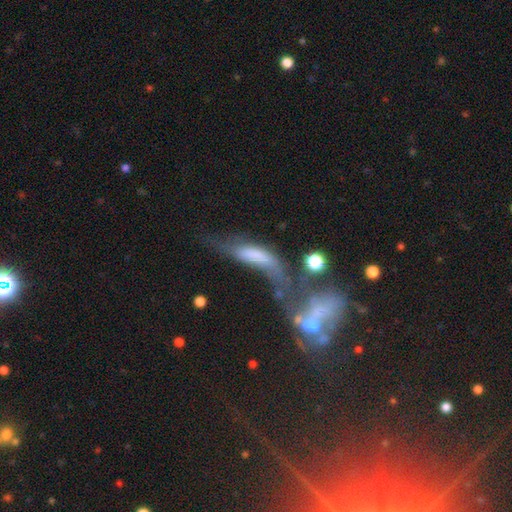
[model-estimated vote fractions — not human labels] Smooth or featured: smooth — 51% (featured or disk — 37%)
How rounded: in between — 48% (cigar-shaped — 47%)
Merging: merger — 39% (major disturbance — 31%)